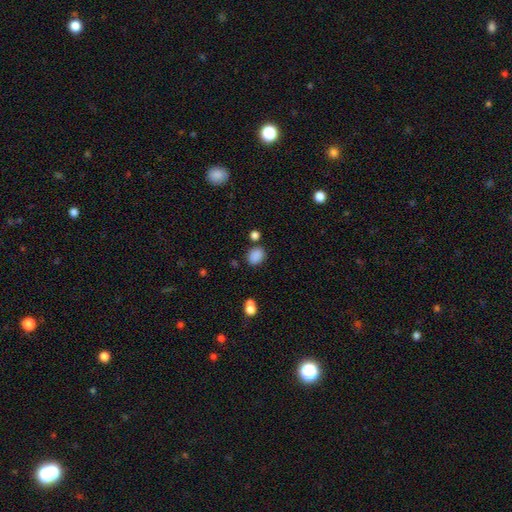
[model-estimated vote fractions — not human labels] Smooth or featured? smooth (86%)
How rounded? in between (51%)
Merging? none (75%)